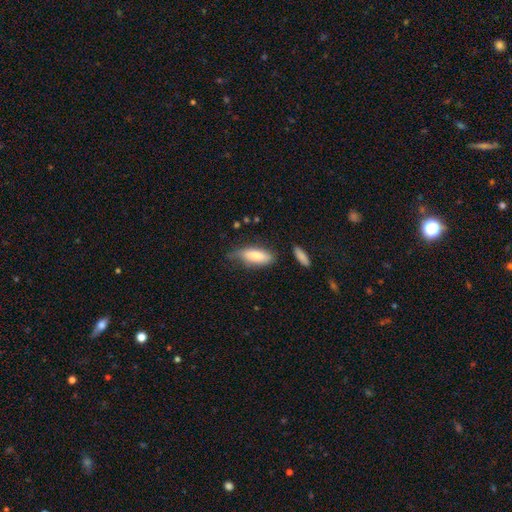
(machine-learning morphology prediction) Q: Smooth or featured?
A: smooth (78%); runner-up: featured or disk (16%)
Q: How rounded?
A: in between (73%); runner-up: cigar-shaped (25%)
Q: Merging?
A: none (57%); runner-up: minor disturbance (31%)